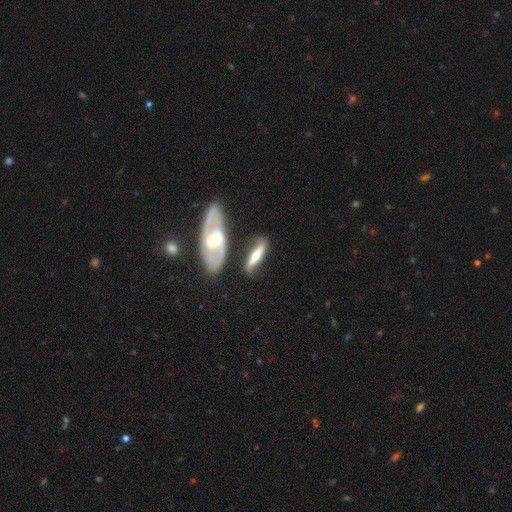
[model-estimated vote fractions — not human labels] Smooth or featured?
  - featured or disk: 55% *
  - smooth: 40%
  - star or artifact: 6%
Edge-on disk?
  - yes: 56% *
  - no: 44%
Merging?
  - none: 69% *
  - minor disturbance: 16%
  - merger: 9%
  - major disturbance: 5%